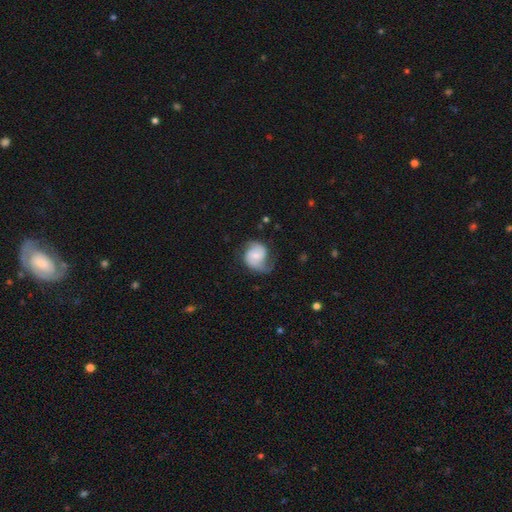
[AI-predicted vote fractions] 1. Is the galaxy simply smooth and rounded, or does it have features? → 69% featured or disk, 24% smooth, 7% star or artifact.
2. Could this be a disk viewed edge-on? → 98% no, 2% yes.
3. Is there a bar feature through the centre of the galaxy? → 64% no, 30% weak, 7% strong.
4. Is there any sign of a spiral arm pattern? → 93% yes, 7% no.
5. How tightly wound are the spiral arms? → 43% medium, 33% loose, 25% tight.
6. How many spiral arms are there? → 71% 2, 19% 1, 7% can't tell, 2% 3, 1% 4, 1% more than 4.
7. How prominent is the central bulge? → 54% small, 36% moderate, 5% none, 4% large, 1% dominant.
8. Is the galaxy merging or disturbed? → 54% none, 25% minor disturbance, 19% major disturbance, 2% merger.